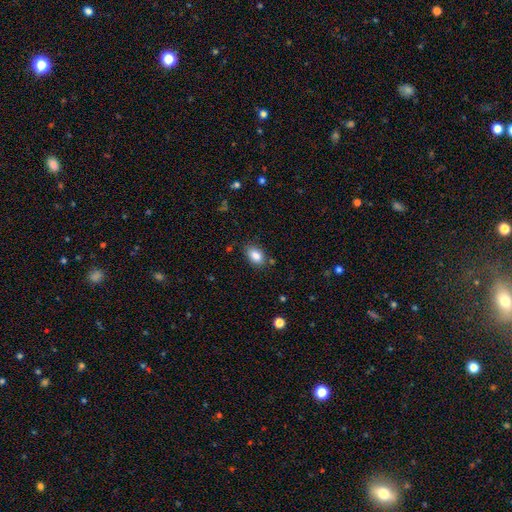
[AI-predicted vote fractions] smooth 86%, star or artifact 8%, featured or disk 6%. Down the decision tree: how rounded — in between (86%); merging — none (79%).